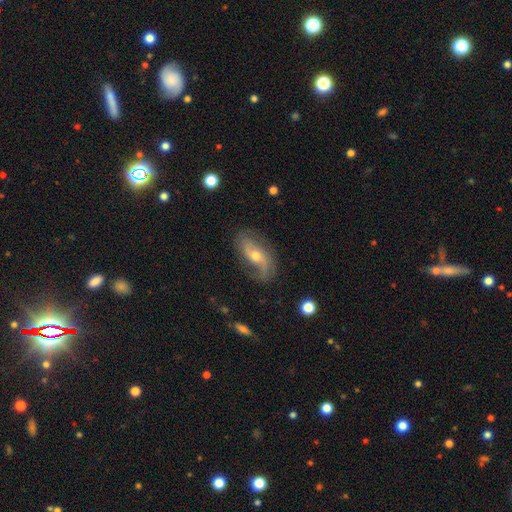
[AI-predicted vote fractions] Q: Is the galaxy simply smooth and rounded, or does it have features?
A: featured or disk — 78%.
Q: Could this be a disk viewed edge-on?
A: no — 92%.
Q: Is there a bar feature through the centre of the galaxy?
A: no — 53%.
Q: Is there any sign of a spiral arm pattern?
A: yes — 91%.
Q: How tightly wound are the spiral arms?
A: loose — 57%.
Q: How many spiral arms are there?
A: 2 — 79%.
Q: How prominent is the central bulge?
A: moderate — 56%.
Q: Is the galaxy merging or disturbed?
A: none — 68%.